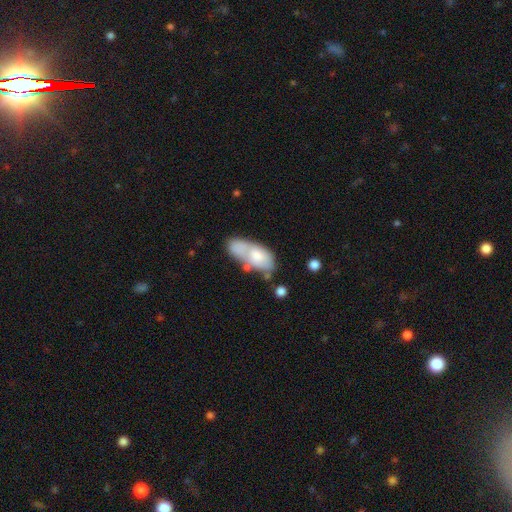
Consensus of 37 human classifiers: Smooth or featured? smooth (70%)
How rounded? in between (81%)
Merging? merger (37%)